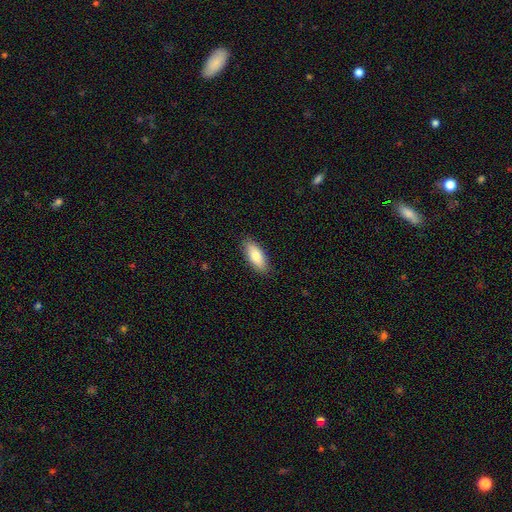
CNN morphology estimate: Smooth or featured?
  - smooth: 80% *
  - featured or disk: 14%
  - star or artifact: 6%
How rounded?
  - in between: 79% *
  - cigar-shaped: 19%
  - round: 2%
Merging?
  - none: 87% *
  - minor disturbance: 10%
  - major disturbance: 2%
  - merger: 1%